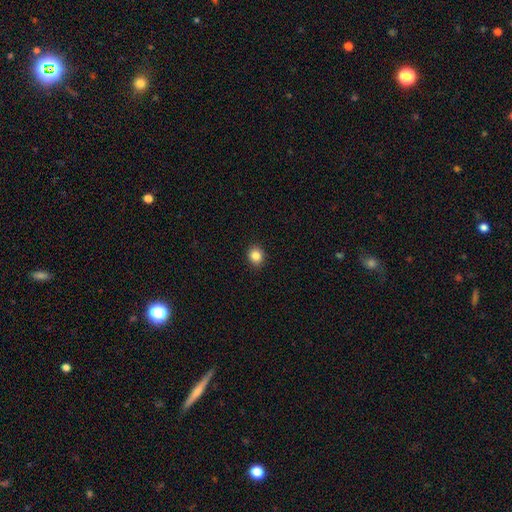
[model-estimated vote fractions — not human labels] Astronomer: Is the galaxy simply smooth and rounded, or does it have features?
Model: smooth — 85%.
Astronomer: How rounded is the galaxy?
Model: round — 72%.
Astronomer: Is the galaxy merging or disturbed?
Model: none — 91%.